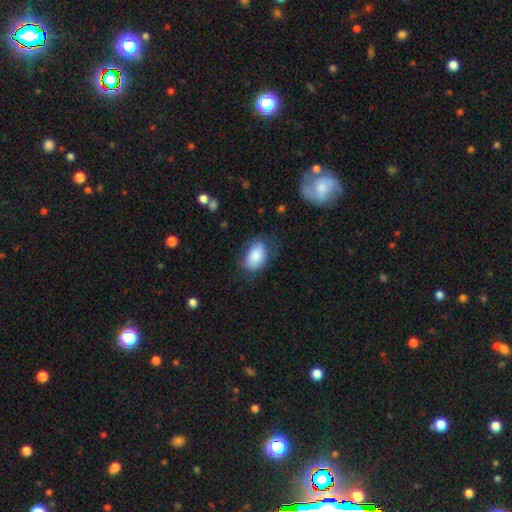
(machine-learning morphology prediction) This is clearly a smooth galaxy (83%). How rounded: clearly in between (88%). Merging: likely none (65%).